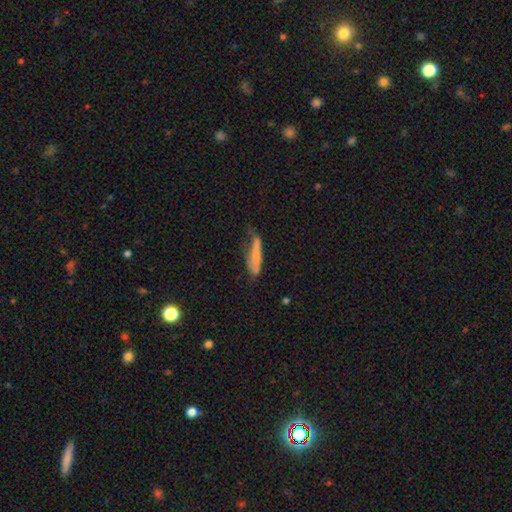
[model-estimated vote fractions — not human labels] smooth-or-featured: smooth: 60% | featured or disk: 32% | star or artifact: 8%
  how-rounded: cigar-shaped: 73% | in between: 25% | round: 2%
  merging: none: 35% | minor disturbance: 34% | major disturbance: 26% | merger: 5%